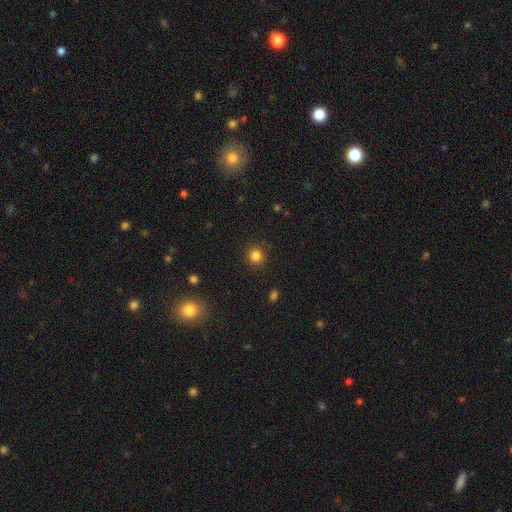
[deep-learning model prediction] Morphology: type=smooth (83%); roundness=round (92%); merging=none (90%).